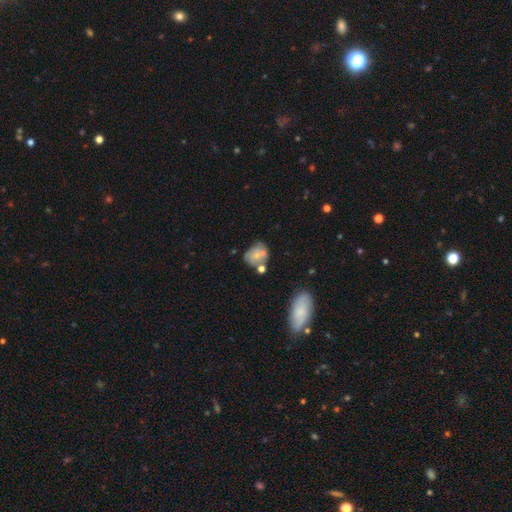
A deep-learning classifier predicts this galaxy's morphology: smooth-or-featured: smooth: 51% | featured or disk: 39% | star or artifact: 11%
  how-rounded: round: 55% | in between: 43% | cigar-shaped: 1%
  merging: none: 45% | merger: 23% | minor disturbance: 21% | major disturbance: 10%